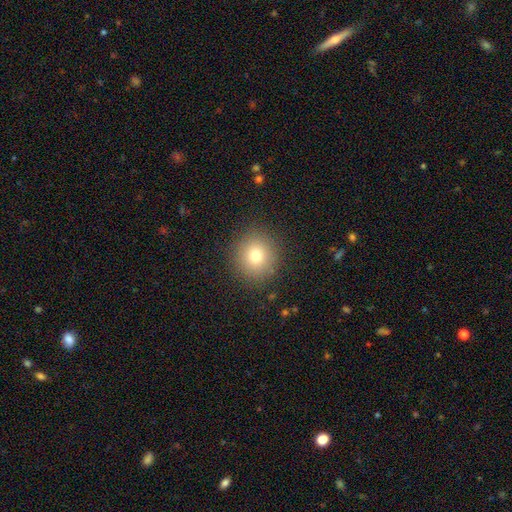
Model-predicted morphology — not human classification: This is likely a smooth galaxy (76%). How rounded: clearly round (89%). Merging: clearly none (89%).